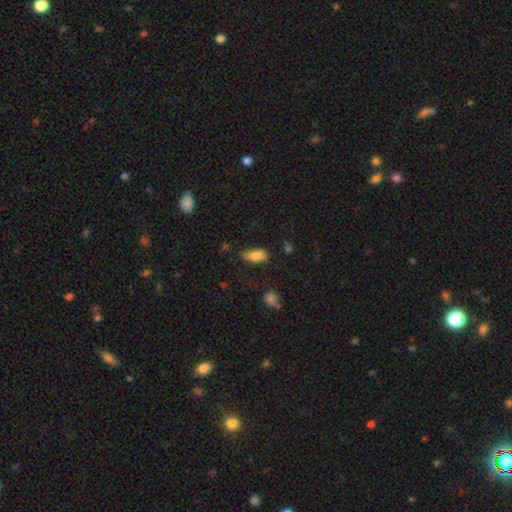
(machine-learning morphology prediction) smooth 82%, featured or disk 9%, star or artifact 8%. Down the decision tree: how rounded — in between (89%); merging — none (69%).